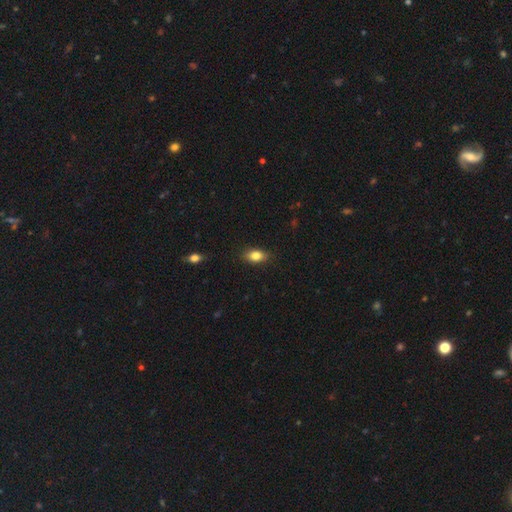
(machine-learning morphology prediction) Q: Smooth or featured?
A: smooth (83%); runner-up: featured or disk (8%)
Q: How rounded?
A: in between (85%); runner-up: round (12%)
Q: Merging?
A: none (86%); runner-up: minor disturbance (11%)